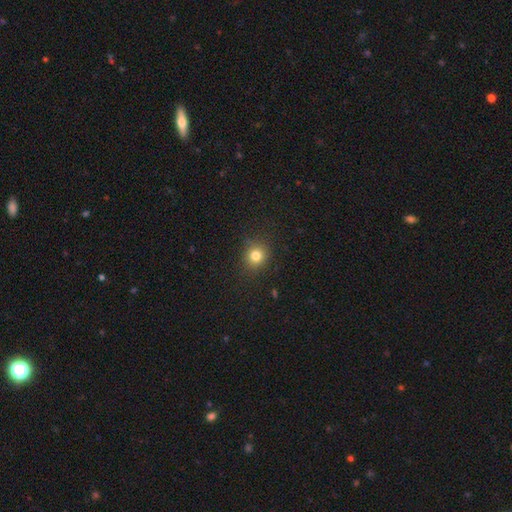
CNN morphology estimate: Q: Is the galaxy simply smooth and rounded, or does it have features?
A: smooth — 80%.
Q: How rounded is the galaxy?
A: round — 84%.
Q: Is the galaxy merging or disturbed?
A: none — 87%.